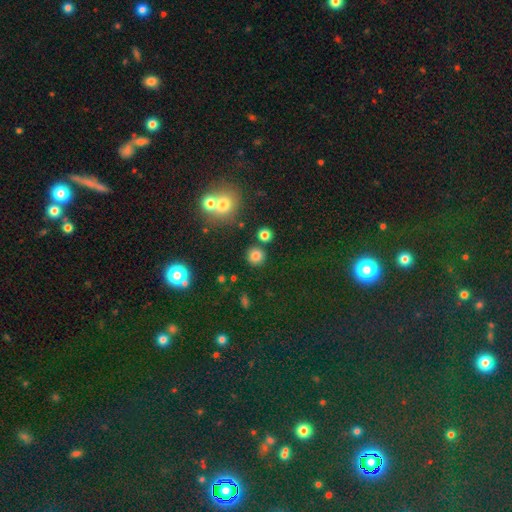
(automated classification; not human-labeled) Smooth or featured? Predicted: smooth (p=0.78). How rounded? Predicted: round (p=0.92). Merging? Predicted: none (p=0.84).